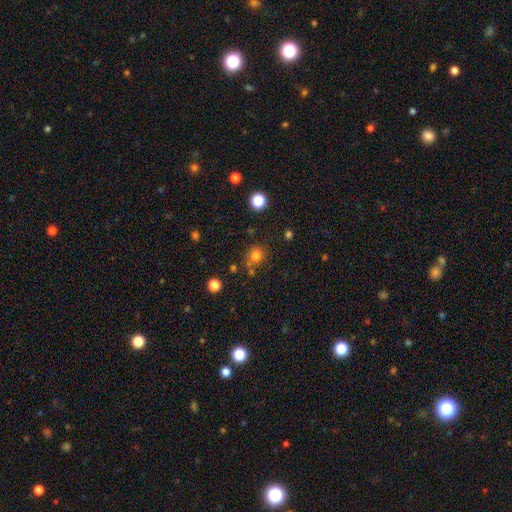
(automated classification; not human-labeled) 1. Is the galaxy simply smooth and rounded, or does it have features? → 78% smooth, 15% star or artifact, 7% featured or disk.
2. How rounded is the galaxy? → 76% round, 23% in between, 1% cigar-shaped.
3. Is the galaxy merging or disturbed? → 70% none, 14% minor disturbance, 11% merger, 5% major disturbance.